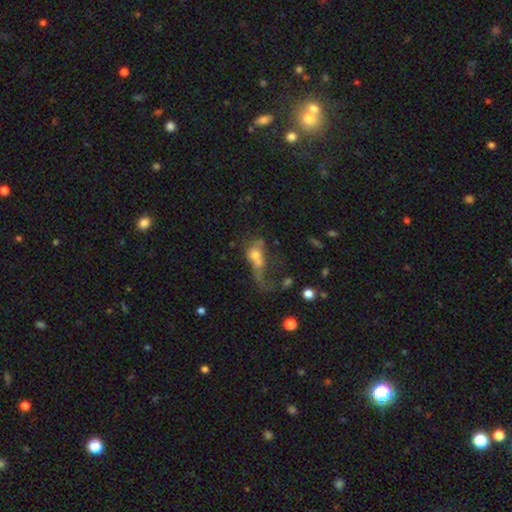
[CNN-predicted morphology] This is possibly a smooth galaxy (50%). Merging: marginally major disturbance (45%).